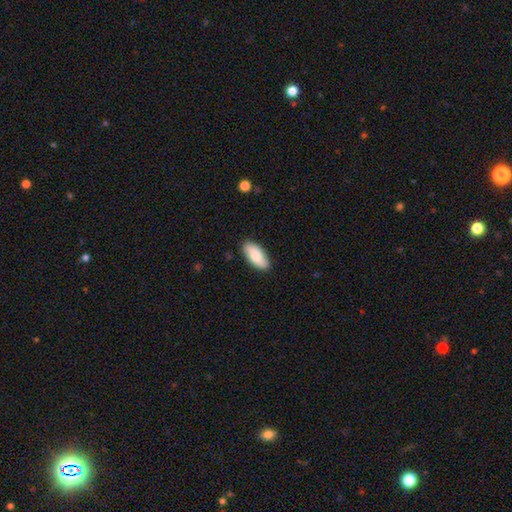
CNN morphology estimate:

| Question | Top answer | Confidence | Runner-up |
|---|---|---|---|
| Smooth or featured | smooth | 80% | featured or disk (15%) |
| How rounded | in between | 87% | cigar-shaped (11%) |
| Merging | none | 87% | minor disturbance (10%) |